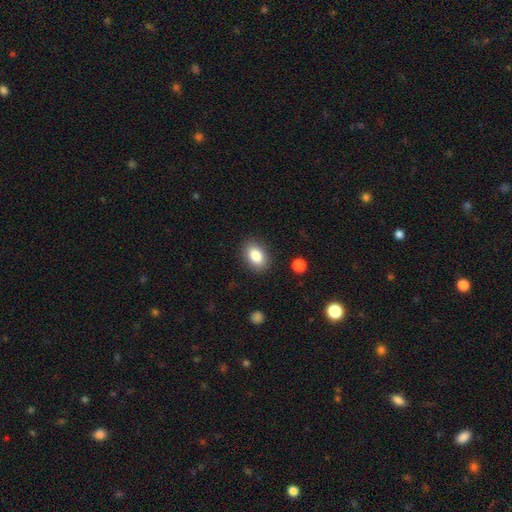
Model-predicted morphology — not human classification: smooth-or-featured: smooth: 85% | star or artifact: 8% | featured or disk: 7%
  how-rounded: in between: 85% | round: 13% | cigar-shaped: 1%
  merging: none: 87% | minor disturbance: 9% | major disturbance: 3% | merger: 1%